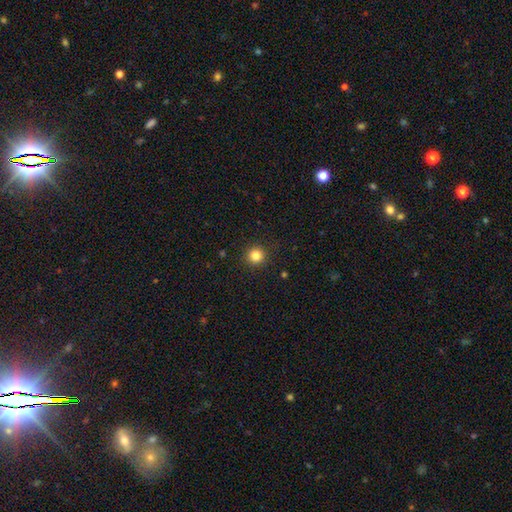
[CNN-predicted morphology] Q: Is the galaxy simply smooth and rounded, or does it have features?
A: smooth — 84%.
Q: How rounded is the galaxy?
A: round — 95%.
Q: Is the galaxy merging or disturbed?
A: none — 92%.